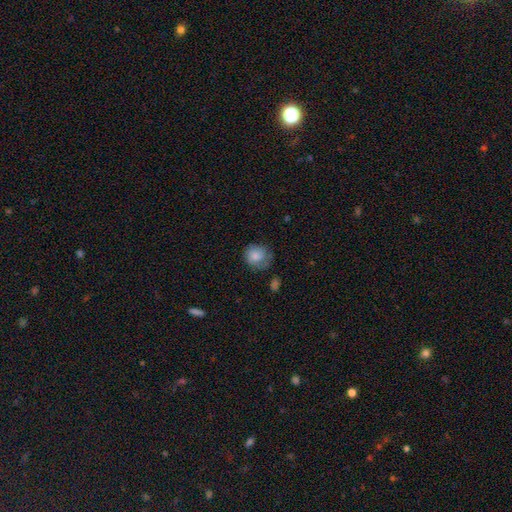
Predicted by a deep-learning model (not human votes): Smooth or featured? smooth (79%)
How rounded? round (80%)
Merging? none (56%)